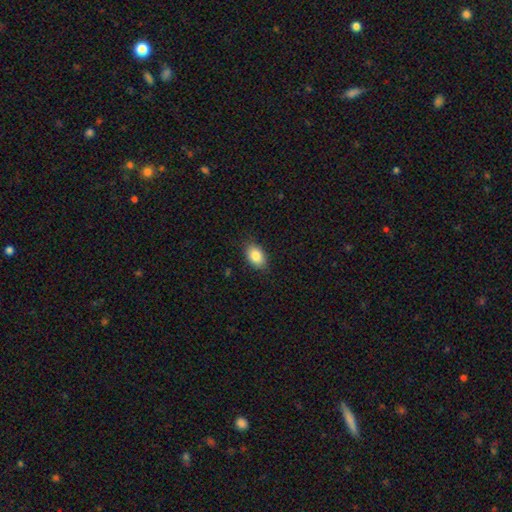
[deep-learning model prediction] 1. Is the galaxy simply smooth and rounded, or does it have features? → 85% smooth, 8% star or artifact, 7% featured or disk.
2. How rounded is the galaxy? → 88% in between, 10% round, 1% cigar-shaped.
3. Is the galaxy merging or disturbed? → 85% none, 12% minor disturbance, 2% major disturbance, 1% merger.